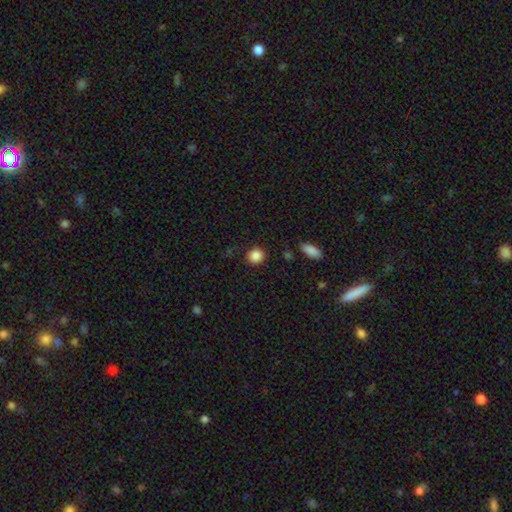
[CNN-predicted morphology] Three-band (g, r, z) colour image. It shows a smooth galaxy with no disk features (87%) that is round (86%). Merging: none (87%).